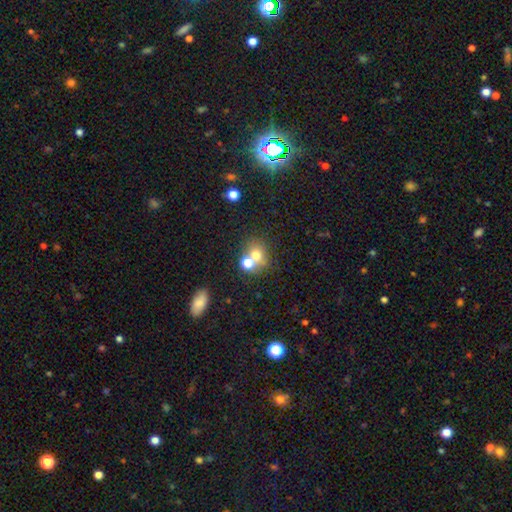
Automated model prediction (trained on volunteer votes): This appears to be a smooth galaxy with no disk features (69%) that is round (70%). Merging: none (44%).